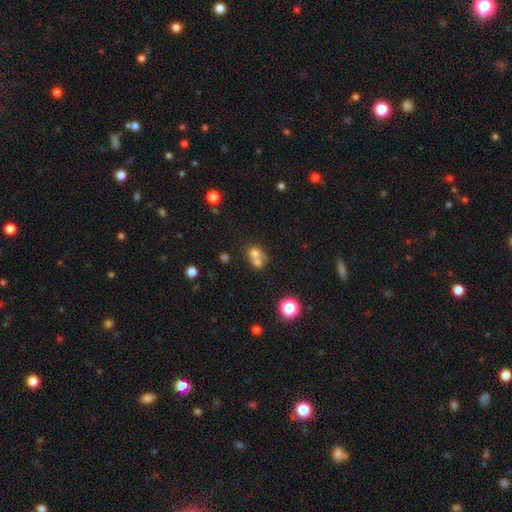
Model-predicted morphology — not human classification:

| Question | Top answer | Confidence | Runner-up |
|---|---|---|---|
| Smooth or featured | smooth | 65% | featured or disk (19%) |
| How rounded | round | 65% | in between (34%) |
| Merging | merger | 63% | none (26%) |